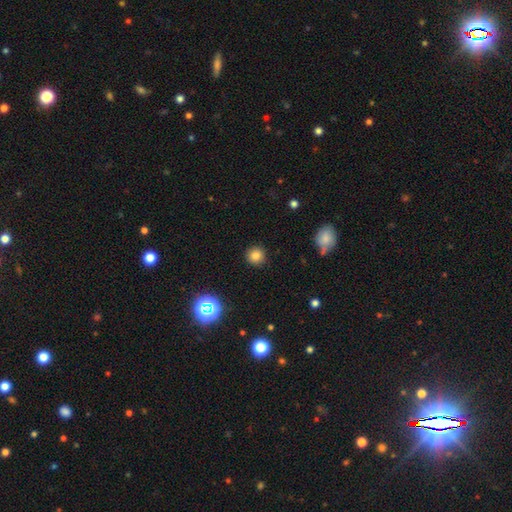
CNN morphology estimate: A smooth galaxy with no disk features (80%) that is round (93%). Merging: none (91%).